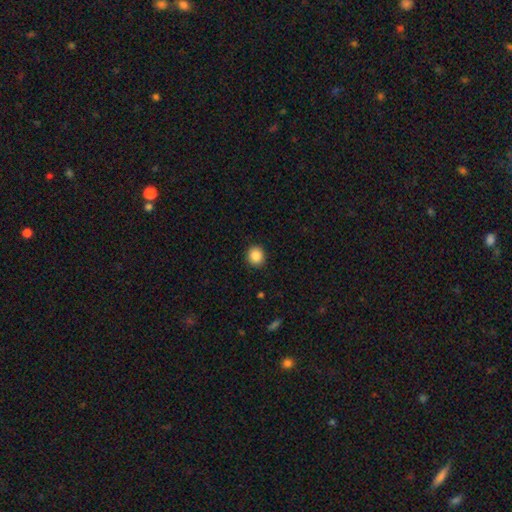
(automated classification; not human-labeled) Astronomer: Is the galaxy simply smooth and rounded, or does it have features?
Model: smooth — 88%.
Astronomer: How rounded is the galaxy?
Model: round — 84%.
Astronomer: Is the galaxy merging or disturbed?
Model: none — 90%.